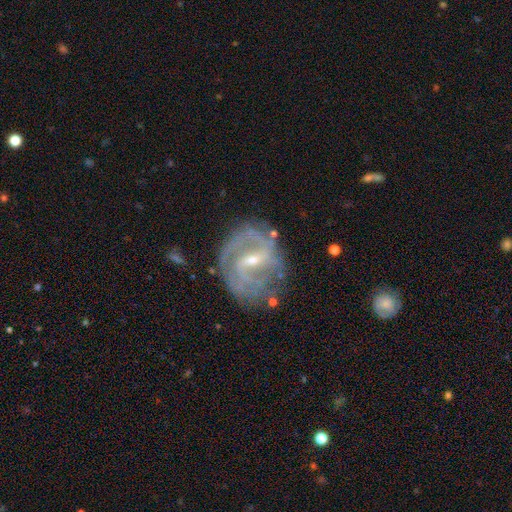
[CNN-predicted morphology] Smooth or featured? Predicted: featured or disk (p=0.84). Edge-on disk? Predicted: no (p=0.96). Bar? Predicted: weak (p=0.45). Spiral arms? Predicted: yes (p=0.90). Spiral winding? Predicted: tight (p=0.46). Spiral arm count? Predicted: 2 (p=0.48). Bulge size? Predicted: small (p=0.57). Merging? Predicted: none (p=0.68).